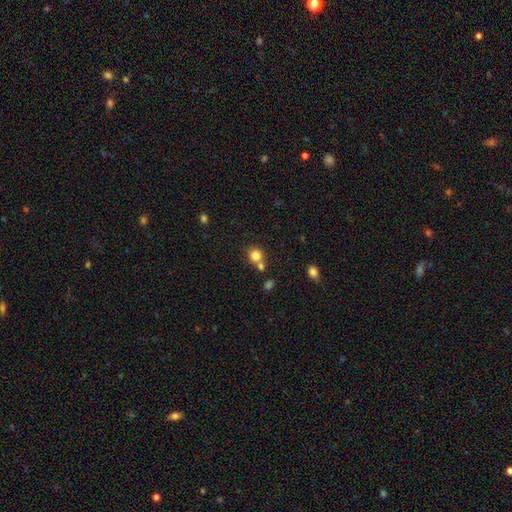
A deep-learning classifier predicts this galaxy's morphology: Overall: smooth (80%). How rounded: round (87%). Merging: none (59%; merger 29%).